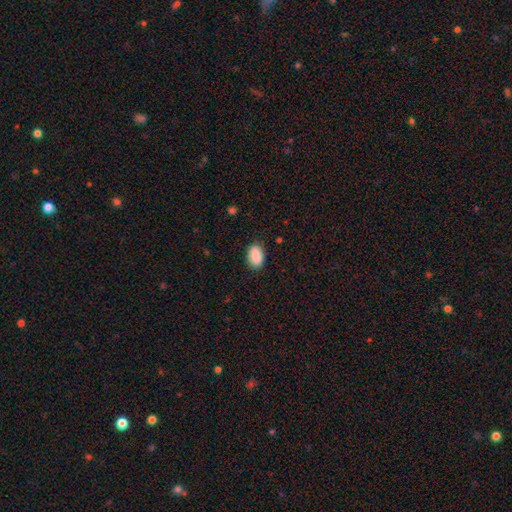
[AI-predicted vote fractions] This appears to be a smooth galaxy with no disk features (90%) that is in between round and cigar-shaped (90%). Merging: none (86%).